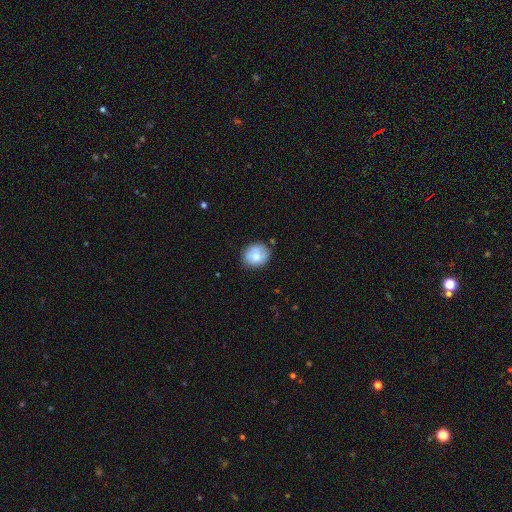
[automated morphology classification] smooth-or-featured: smooth: 80% | featured or disk: 12% | star or artifact: 8%
  how-rounded: round: 75% | in between: 25% | cigar-shaped: 1%
  merging: none: 79% | minor disturbance: 16% | major disturbance: 3% | merger: 2%